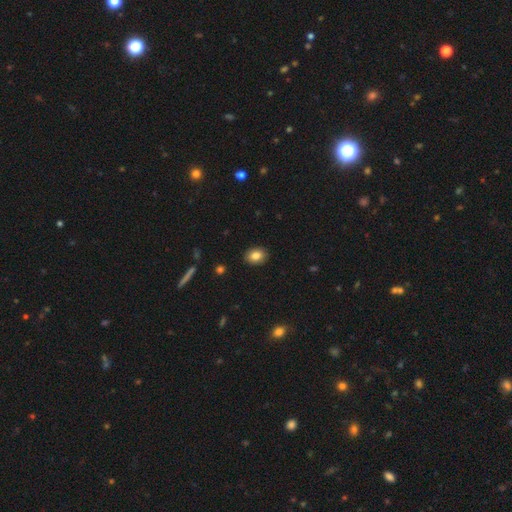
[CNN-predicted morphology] Smooth or featured?
  - smooth: 85% *
  - star or artifact: 9%
  - featured or disk: 7%
How rounded?
  - in between: 65% *
  - round: 34%
  - cigar-shaped: 1%
Merging?
  - none: 89% *
  - minor disturbance: 8%
  - major disturbance: 2%
  - merger: 1%